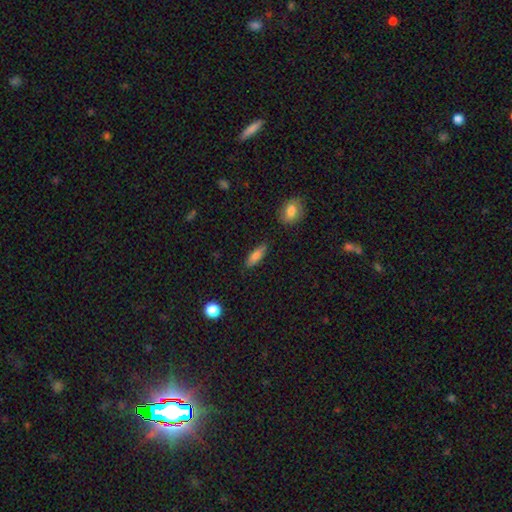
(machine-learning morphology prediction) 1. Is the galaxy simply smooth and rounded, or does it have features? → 79% smooth, 13% featured or disk, 8% star or artifact.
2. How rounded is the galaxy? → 60% in between, 37% cigar-shaped, 3% round.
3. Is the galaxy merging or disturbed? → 84% none, 12% minor disturbance, 2% major disturbance, 2% merger.